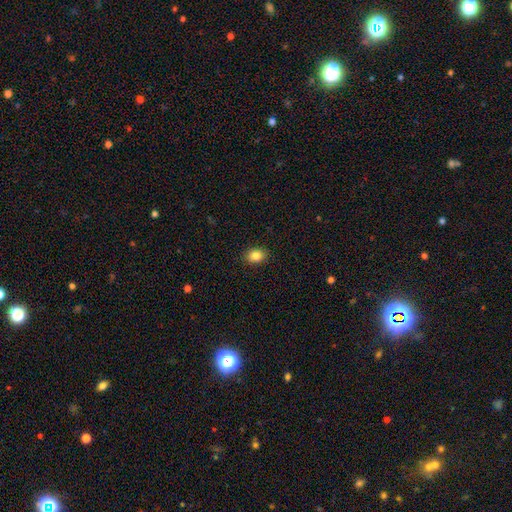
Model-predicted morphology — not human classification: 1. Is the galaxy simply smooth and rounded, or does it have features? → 85% smooth, 9% star or artifact, 6% featured or disk.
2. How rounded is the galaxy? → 64% in between, 35% round, 1% cigar-shaped.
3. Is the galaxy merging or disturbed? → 89% none, 8% minor disturbance, 2% major disturbance, 1% merger.